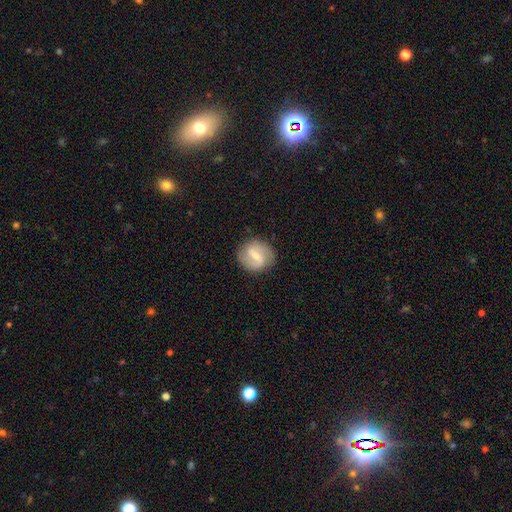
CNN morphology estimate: Smooth or featured?
  - featured or disk: 71% *
  - smooth: 23%
  - star or artifact: 6%
Edge-on disk?
  - no: 97% *
  - yes: 3%
Bar?
  - weak: 52% *
  - strong: 33%
  - no: 15%
Spiral arms?
  - yes: 88% *
  - no: 12%
Spiral winding?
  - medium: 46% *
  - loose: 30%
  - tight: 24%
Spiral arm count?
  - 2: 88% *
  - can't tell: 6%
  - 1: 2%
  - 3: 1%
  - 4: 1%
  - more than 4: 1%
Bulge size?
  - small: 51% *
  - moderate: 43%
  - none: 3%
  - large: 2%
  - dominant: 1%
Merging?
  - none: 84% *
  - minor disturbance: 11%
  - major disturbance: 3%
  - merger: 1%